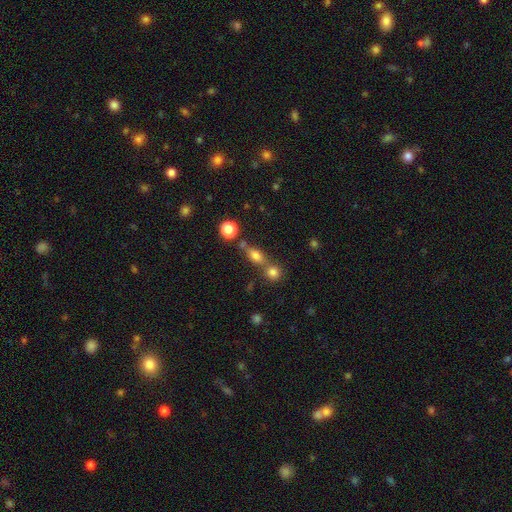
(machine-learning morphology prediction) A smooth galaxy with no disk features (74%) that is in between round and cigar-shaped (66%).

Vote fractions:
- Smooth or featured? smooth: 74% / star or artifact: 14% / featured or disk: 12%
- How rounded? in between: 66% / round: 24% / cigar-shaped: 10%
- Merging? none: 54% / merger: 30% / minor disturbance: 11% / major disturbance: 5%